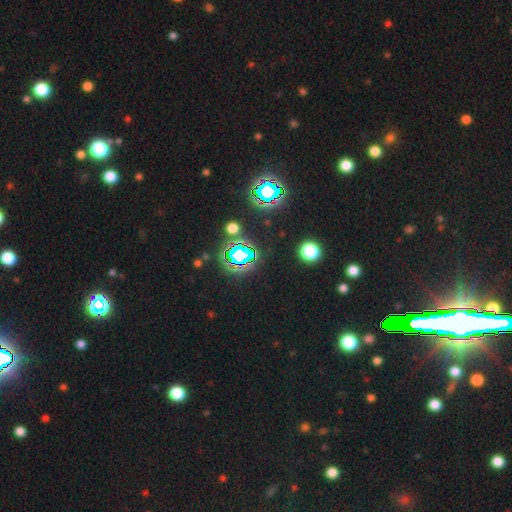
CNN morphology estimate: Smooth or featured?
  - star or artifact: 80% *
  - smooth: 12%
  - featured or disk: 9%